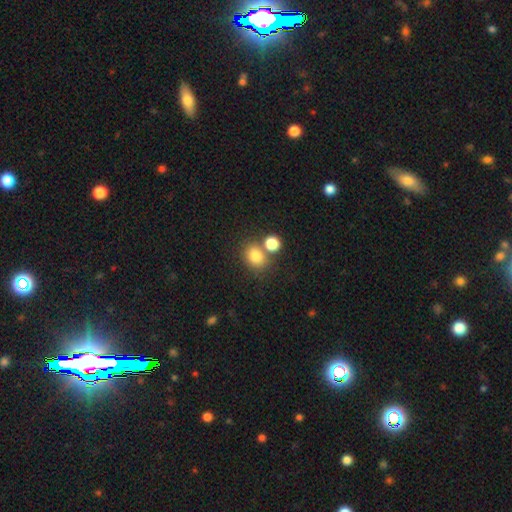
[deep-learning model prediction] Q: Smooth or featured?
A: smooth (80%); runner-up: star or artifact (12%)
Q: How rounded?
A: round (61%); runner-up: in between (37%)
Q: Merging?
A: none (57%); runner-up: merger (29%)